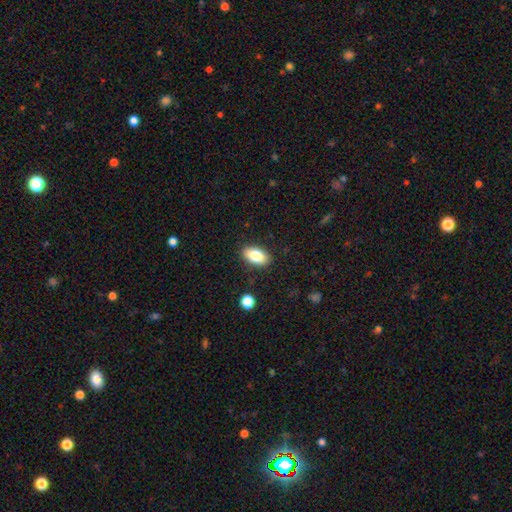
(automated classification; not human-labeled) This is clearly a smooth galaxy (82%). How rounded: clearly in between (92%). Merging: clearly none (88%).